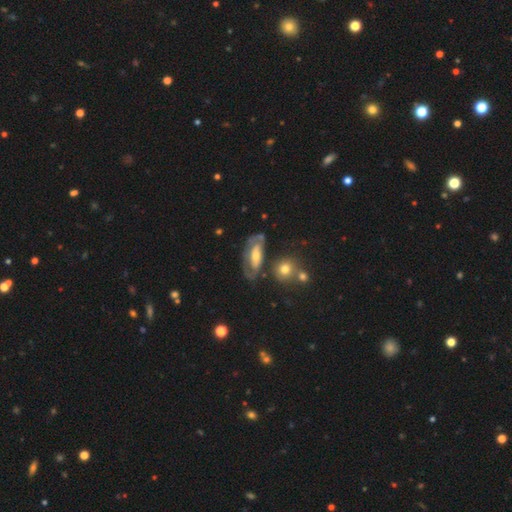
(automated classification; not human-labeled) A featured or disk galaxy (69%) with no bar (59%), spiral arms (67%) and a moderate central bulge (53%).

Vote fractions:
- Smooth or featured? featured or disk: 69% / smooth: 24% / star or artifact: 7%
- Edge-on disk? no: 87% / yes: 13%
- Bar? no: 59% / weak: 29% / strong: 12%
- Spiral arms? yes: 67% / no: 33%
- Bulge size? moderate: 53% / small: 32% / large: 10% / none: 3% / dominant: 2%
- Merging? none: 58% / minor disturbance: 21% / major disturbance: 14% / merger: 7%